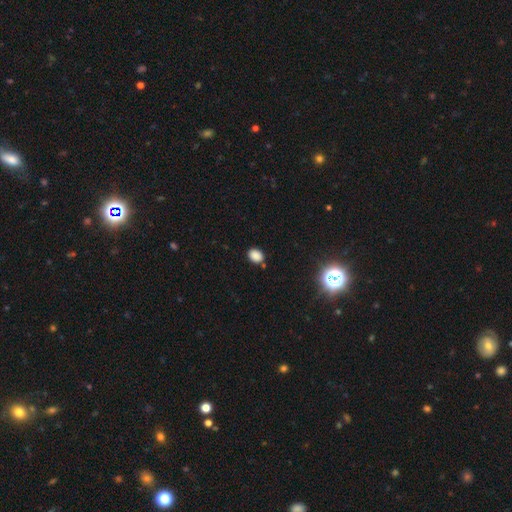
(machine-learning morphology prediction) smooth_or_featured: smooth (p=0.83) [alt: star or artifact p=0.13]
how_rounded: in between (p=0.63) [alt: round p=0.36]
merging: none (p=0.80) [alt: minor disturbance p=0.13]